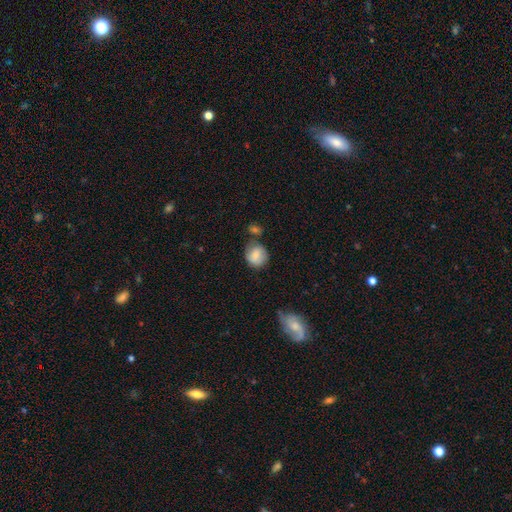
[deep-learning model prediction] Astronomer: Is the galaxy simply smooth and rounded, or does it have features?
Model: smooth — 80%.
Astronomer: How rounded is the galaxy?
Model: round — 79%.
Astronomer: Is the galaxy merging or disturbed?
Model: none — 61%.